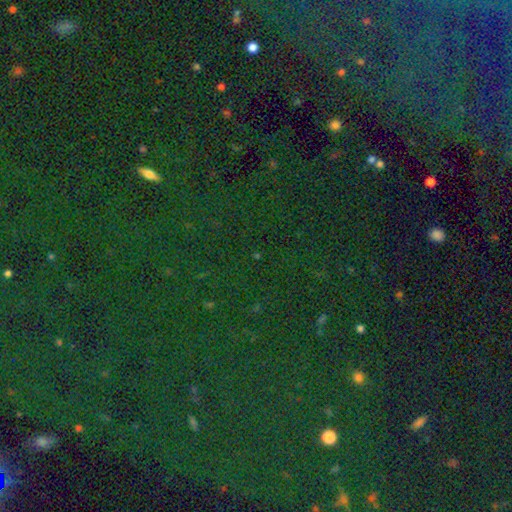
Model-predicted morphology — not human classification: smooth-or-featured: star or artifact: 82% | smooth: 10% | featured or disk: 8%